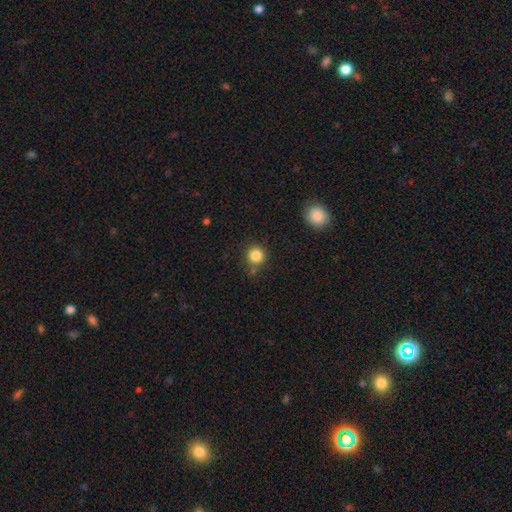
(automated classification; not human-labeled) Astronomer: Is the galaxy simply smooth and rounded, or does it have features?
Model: smooth — 85%.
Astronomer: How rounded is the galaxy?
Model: round — 92%.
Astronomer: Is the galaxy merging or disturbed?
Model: none — 80%.